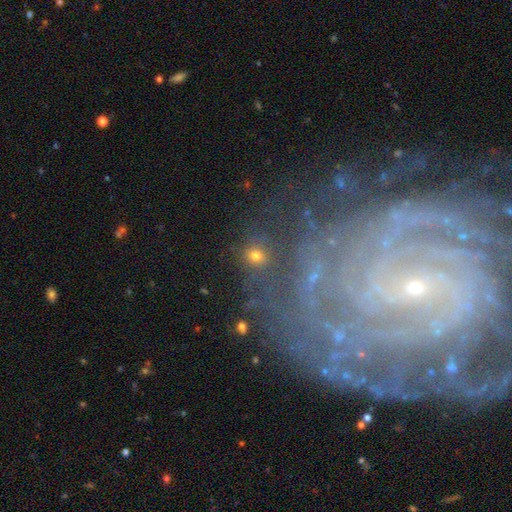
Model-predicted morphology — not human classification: smooth-or-featured: smooth: 58% | star or artifact: 25% | featured or disk: 18%
  how-rounded: round: 78% | in between: 20% | cigar-shaped: 2%
  merging: none: 71% | minor disturbance: 12% | merger: 9% | major disturbance: 8%